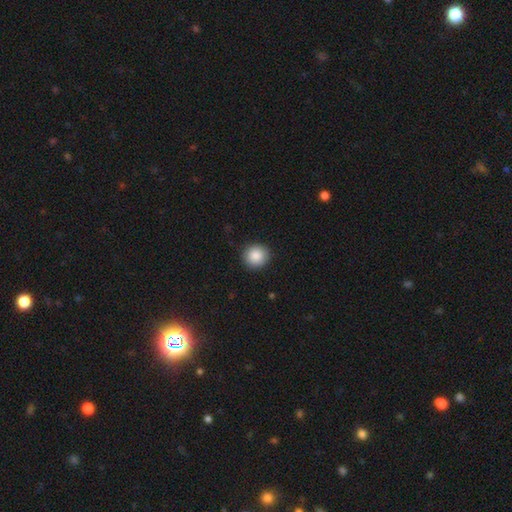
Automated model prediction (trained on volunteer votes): A smooth galaxy with no disk features (88%) that is round (93%).

Vote fractions:
- Smooth or featured? smooth: 88% / star or artifact: 8% / featured or disk: 4%
- How rounded? round: 93% / in between: 6% / cigar-shaped: 1%
- Merging? none: 91% / minor disturbance: 6% / major disturbance: 2% / merger: 1%